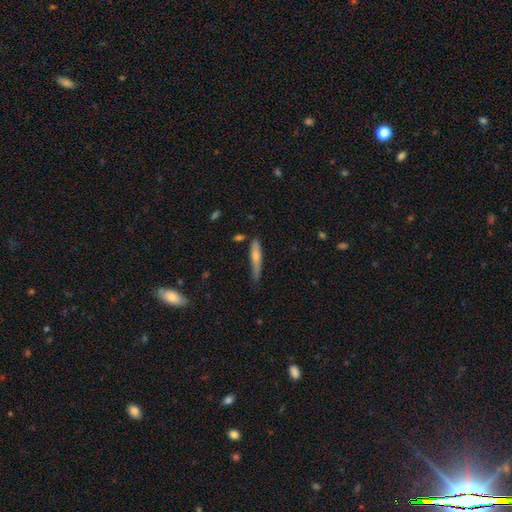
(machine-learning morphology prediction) Smooth or featured: featured or disk — 53% (smooth — 38%)
Edge-on disk: yes — 93% (no — 7%)
Merging: none — 78% (minor disturbance — 16%)